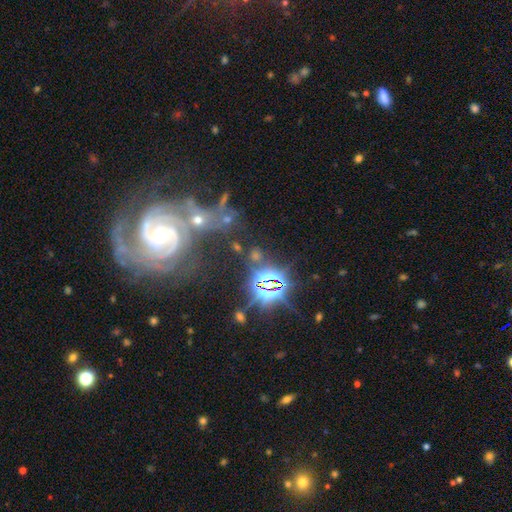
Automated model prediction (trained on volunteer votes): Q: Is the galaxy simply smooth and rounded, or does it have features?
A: star or artifact — 45%.